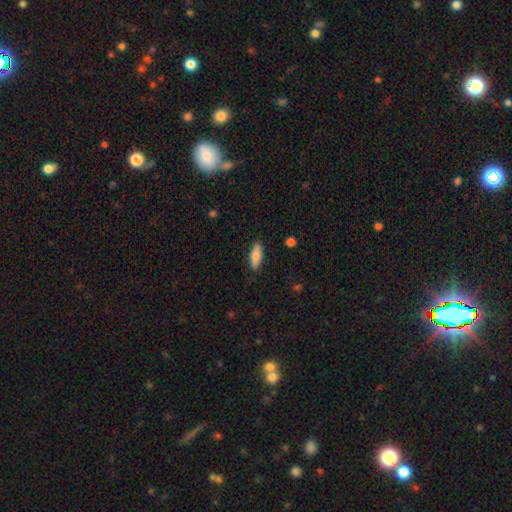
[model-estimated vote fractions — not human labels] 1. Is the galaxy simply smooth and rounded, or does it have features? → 80% smooth, 14% featured or disk, 6% star or artifact.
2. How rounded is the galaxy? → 63% in between, 35% cigar-shaped, 2% round.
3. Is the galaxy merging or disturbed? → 86% none, 11% minor disturbance, 2% major disturbance, 1% merger.